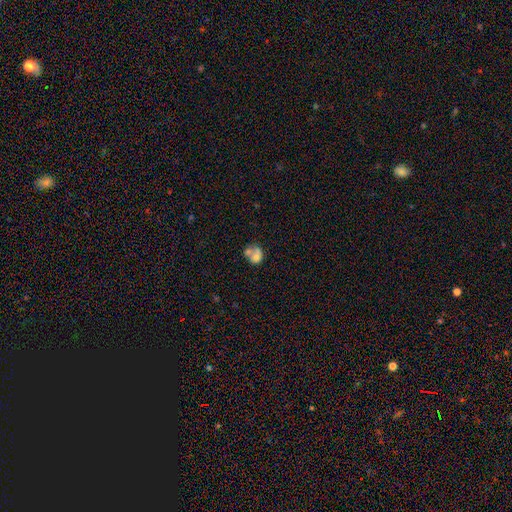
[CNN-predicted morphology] Overall: smooth (60%; featured or disk 29%). How rounded: in between (50%; round 49%). Merging: merger (54%; none 22%).